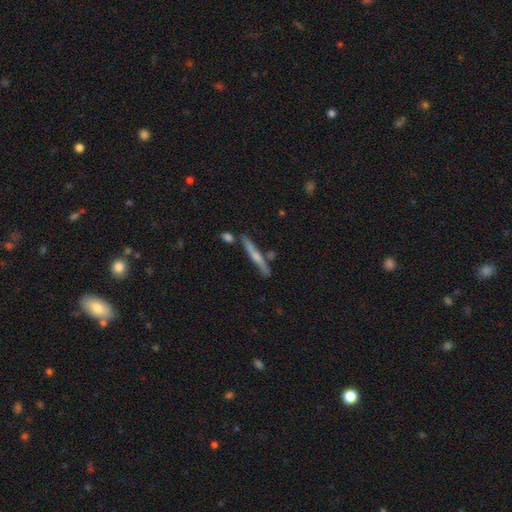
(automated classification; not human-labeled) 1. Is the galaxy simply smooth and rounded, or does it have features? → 59% featured or disk, 35% smooth, 6% star or artifact.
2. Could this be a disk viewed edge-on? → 95% yes, 5% no.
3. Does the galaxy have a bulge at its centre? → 65% rounded, 25% none, 10% boxy.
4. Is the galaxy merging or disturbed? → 78% none, 12% minor disturbance, 7% merger, 3% major disturbance.